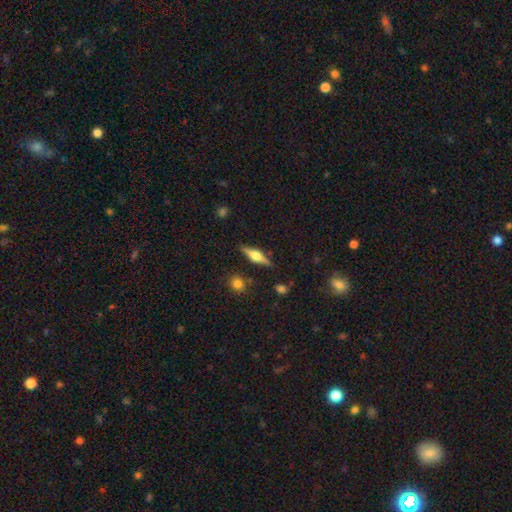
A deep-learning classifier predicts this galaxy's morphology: smooth_or_featured: featured or disk (p=0.67) [alt: smooth p=0.26]
disk_edge_on: yes (p=0.96) [alt: no p=0.04]
edge_on_bulge: rounded (p=0.91) [alt: boxy p=0.07]
merging: none (p=0.86) [alt: minor disturbance p=0.09]